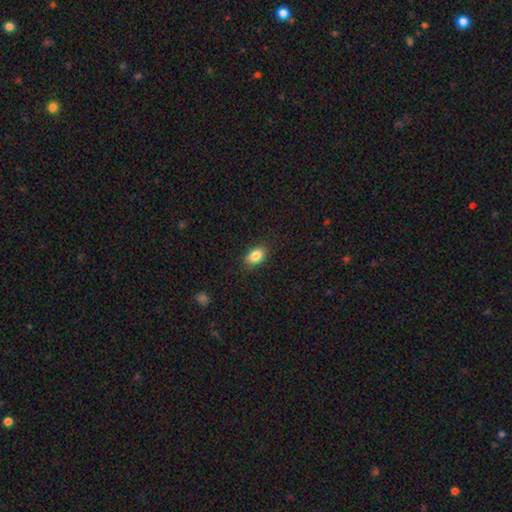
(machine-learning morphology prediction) Smooth or featured: smooth — 85% (star or artifact — 8%)
How rounded: in between — 86% (round — 13%)
Merging: none — 87% (minor disturbance — 10%)